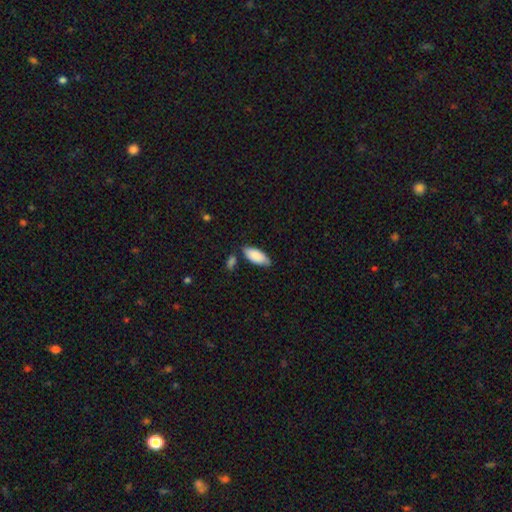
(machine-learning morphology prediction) This appears to be a smooth galaxy with no disk features (87%) that is in between round and cigar-shaped (87%). Merging: none (74%).